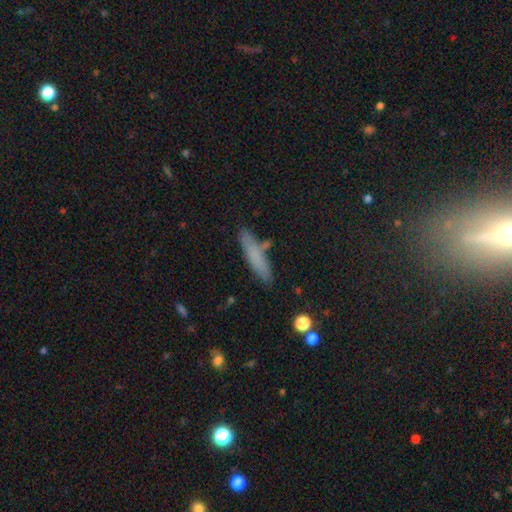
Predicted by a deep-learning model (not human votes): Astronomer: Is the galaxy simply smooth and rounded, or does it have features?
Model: smooth — 75%.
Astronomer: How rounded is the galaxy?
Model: cigar-shaped — 84%.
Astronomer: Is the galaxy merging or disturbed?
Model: none — 81%.